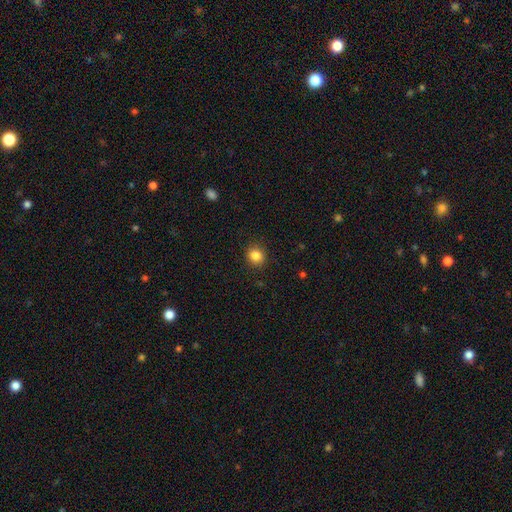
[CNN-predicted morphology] Q: Smooth or featured?
A: smooth (85%); runner-up: star or artifact (11%)
Q: How rounded?
A: round (82%); runner-up: in between (17%)
Q: Merging?
A: none (89%); runner-up: minor disturbance (8%)